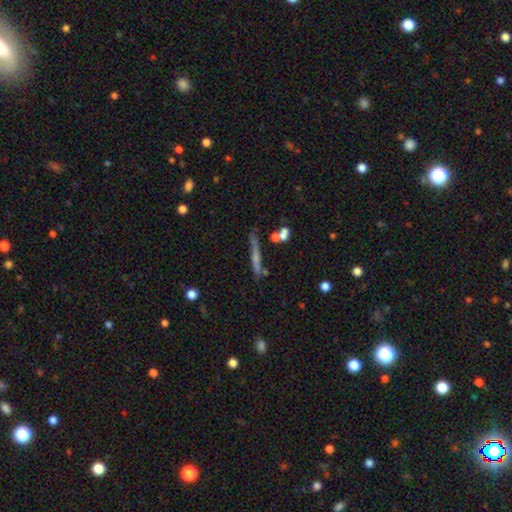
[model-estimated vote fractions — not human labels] Morphology: type=featured or disk (47%); merging=none (75%).